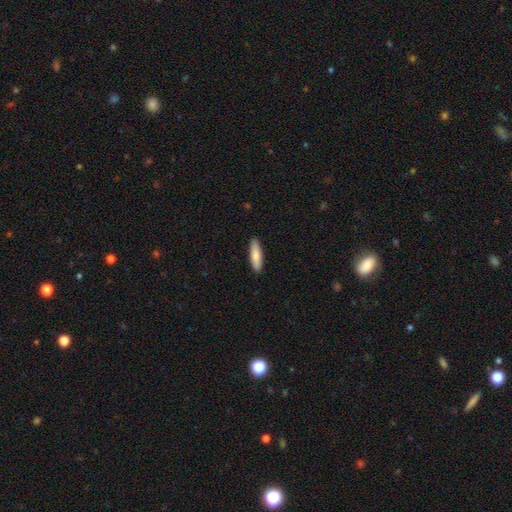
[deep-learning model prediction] A smooth galaxy with no disk features (80%) that is cigar-shaped (65%).

Vote fractions:
- Smooth or featured? smooth: 80% / featured or disk: 14% / star or artifact: 5%
- How rounded? cigar-shaped: 65% / in between: 34% / round: 2%
- Merging? none: 91% / minor disturbance: 7% / major disturbance: 1% / merger: 1%